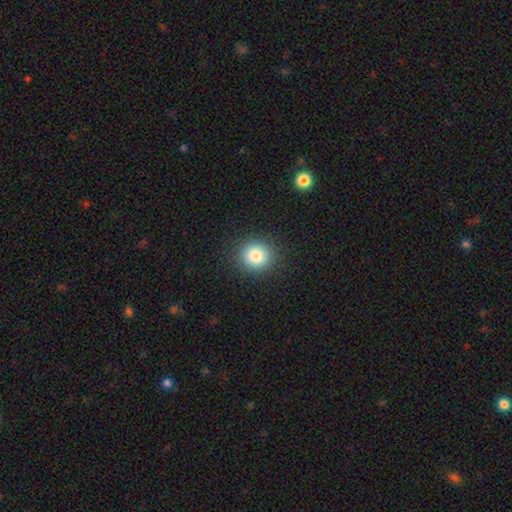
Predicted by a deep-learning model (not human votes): This appears to be a smooth galaxy with no disk features (82%) that is round (86%). Merging: none (90%).